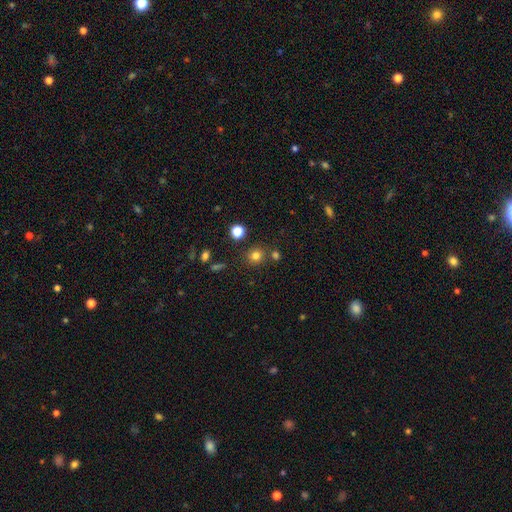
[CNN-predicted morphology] This appears to be a smooth galaxy with no disk features (78%) that is round (88%). Merging: none (79%).